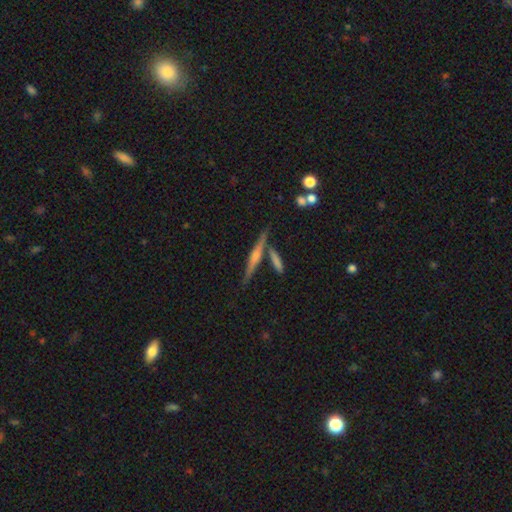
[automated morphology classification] smooth-or-featured: featured or disk: 61% | smooth: 32% | star or artifact: 8%
  disk-edge-on: yes: 96% | no: 4%
    edge-on-bulge: rounded: 55% | none: 26% | boxy: 19%
  merging: none: 74% | merger: 13% | minor disturbance: 10% | major disturbance: 3%